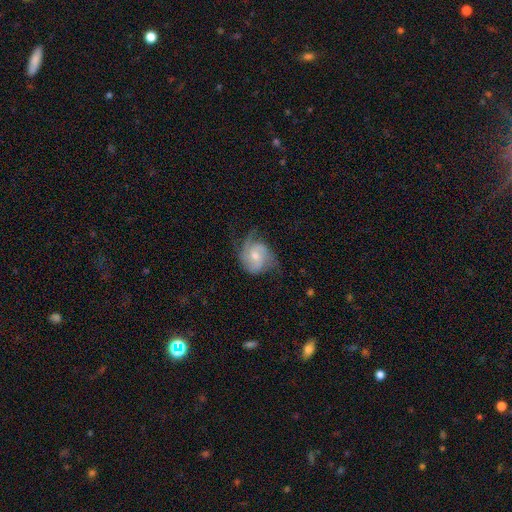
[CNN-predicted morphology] This is likely a featured or disk galaxy (72%). It is clearly not viewed edge-on (97%). Bar: likely no (62%). Spiral arm pattern: clearly yes (92%). Spiral arm count: possibly 2 (49%). Spiral winding: possibly medium (45%). Central bulge: possibly moderate (52%). Merging: possibly none (51%).